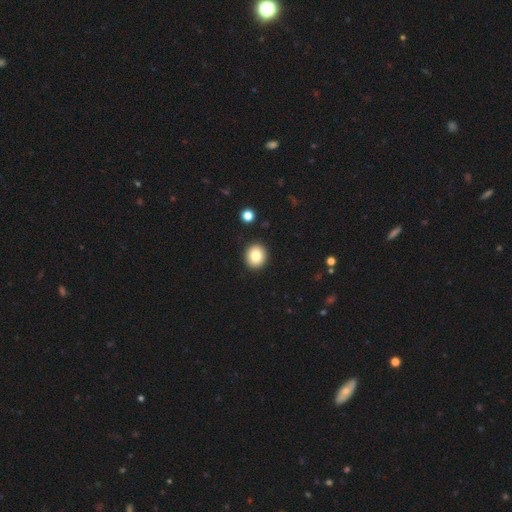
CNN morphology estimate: smooth_or_featured: smooth (p=0.82) [alt: star or artifact p=0.10]
how_rounded: round (p=0.80) [alt: in between p=0.19]
merging: none (p=0.92) [alt: minor disturbance p=0.05]